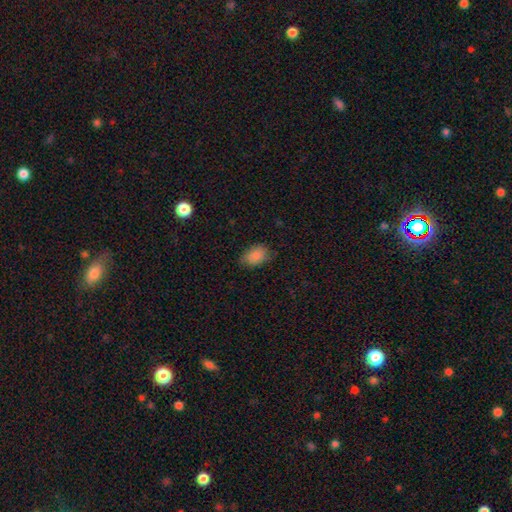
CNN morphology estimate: Overall: smooth (85%). How rounded: in between (84%). Merging: none (72%).